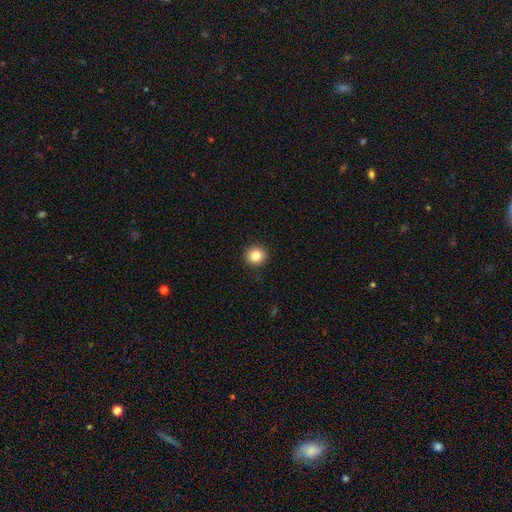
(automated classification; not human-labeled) This is clearly a smooth galaxy (84%). How rounded: clearly round (92%). Merging: clearly none (93%).